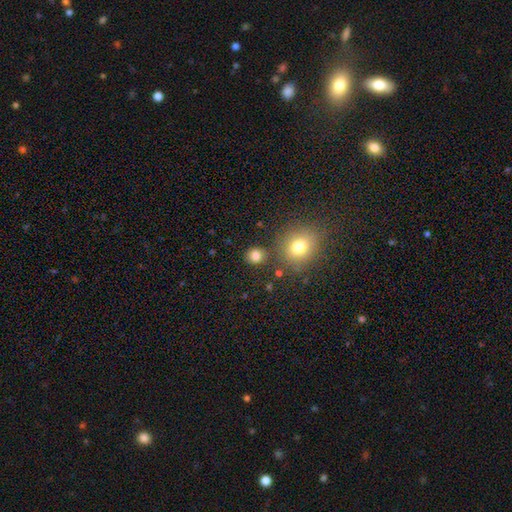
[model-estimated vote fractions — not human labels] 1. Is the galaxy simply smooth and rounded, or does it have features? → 80% smooth, 14% star or artifact, 6% featured or disk.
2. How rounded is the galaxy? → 85% round, 14% in between, 1% cigar-shaped.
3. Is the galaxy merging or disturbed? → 83% none, 7% minor disturbance, 7% merger, 3% major disturbance.